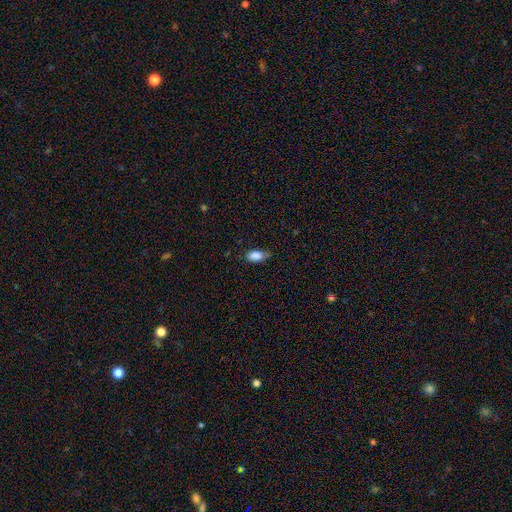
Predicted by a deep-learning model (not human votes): Smooth or featured? Predicted: smooth (p=0.87). How rounded? Predicted: in between (p=0.90). Merging? Predicted: none (p=0.64).